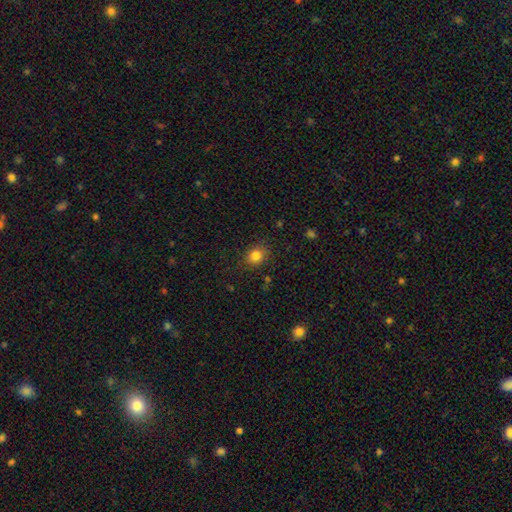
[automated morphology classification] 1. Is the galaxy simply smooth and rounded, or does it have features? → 82% smooth, 12% star or artifact, 6% featured or disk.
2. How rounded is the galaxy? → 65% round, 34% in between, 1% cigar-shaped.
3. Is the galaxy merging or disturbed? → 85% none, 11% minor disturbance, 3% major disturbance, 1% merger.